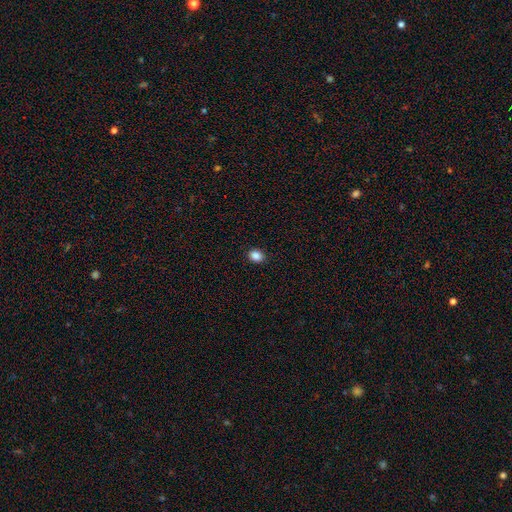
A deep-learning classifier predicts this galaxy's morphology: The model was most divided on "how rounded": round: 52%, in between: 47%, cigar-shaped: 1%. More confident: merging — none (90%); smooth or featured — smooth (87%).